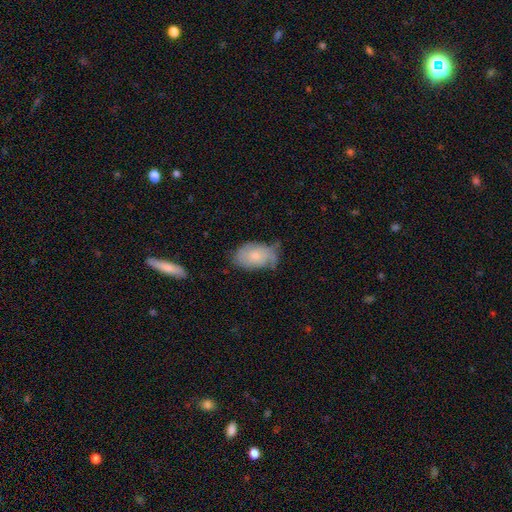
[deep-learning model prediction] Smooth or featured?
  - smooth: 62% *
  - featured or disk: 31%
  - star or artifact: 7%
How rounded?
  - in between: 91% *
  - round: 8%
  - cigar-shaped: 2%
Merging?
  - none: 47% *
  - minor disturbance: 37%
  - major disturbance: 12%
  - merger: 3%